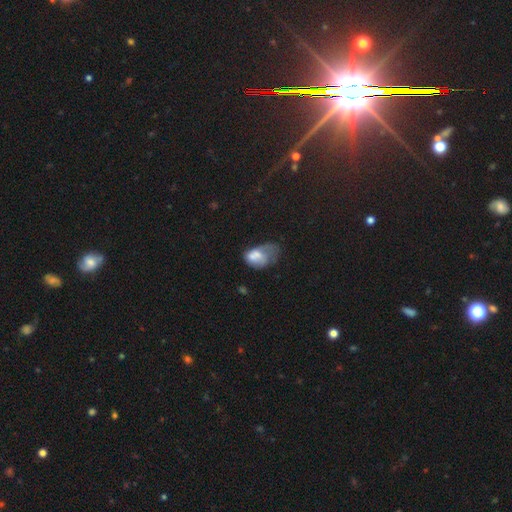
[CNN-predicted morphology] smooth 60%, featured or disk 30%, star or artifact 10%. Down the decision tree: how rounded — in between (80%); merging — major disturbance (39%).